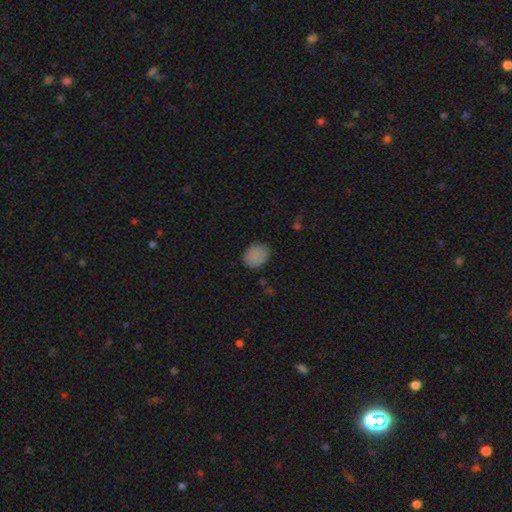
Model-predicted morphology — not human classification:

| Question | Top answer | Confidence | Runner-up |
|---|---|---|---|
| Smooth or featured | smooth | 84% | star or artifact (11%) |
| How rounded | round | 58% | in between (41%) |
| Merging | none | 80% | minor disturbance (15%) |